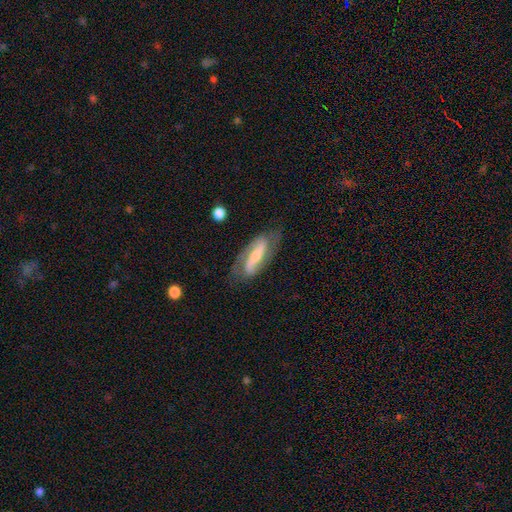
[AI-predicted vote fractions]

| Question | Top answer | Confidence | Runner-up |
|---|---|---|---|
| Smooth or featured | featured or disk | 77% | smooth (18%) |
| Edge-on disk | no | 88% | yes (12%) |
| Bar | strong | 53% | weak (27%) |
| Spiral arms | yes | 91% | no (9%) |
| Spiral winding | medium | 42% | loose (34%) |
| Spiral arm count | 2 | 88% | can't tell (6%) |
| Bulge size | small | 47% | moderate (40%) |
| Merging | none | 74% | minor disturbance (17%) |